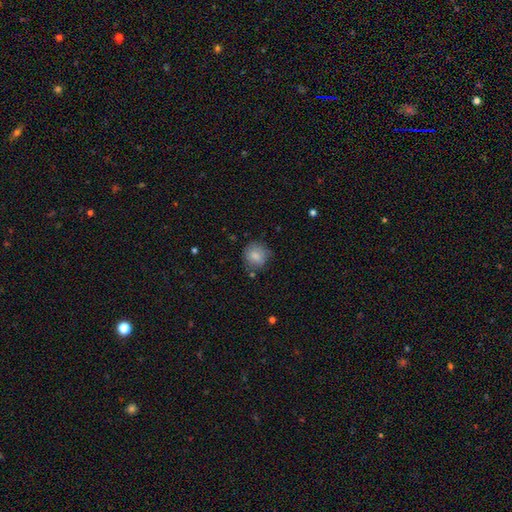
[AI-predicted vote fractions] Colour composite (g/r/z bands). It shows a smooth galaxy with no disk features (81%) that is round (84%). Merging: none (71%).